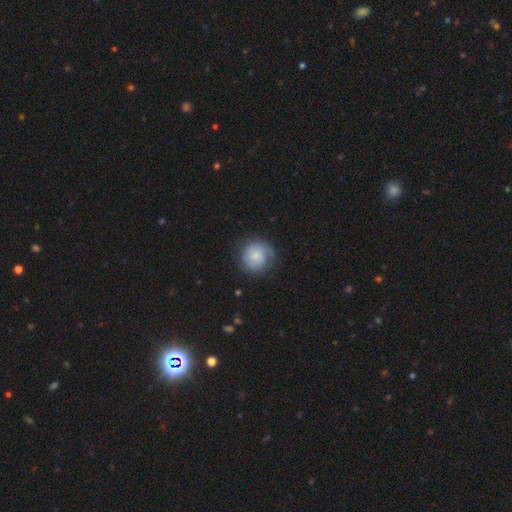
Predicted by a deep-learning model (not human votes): A smooth galaxy with no disk features (53%) that is round (88%). Merging: none (70%).